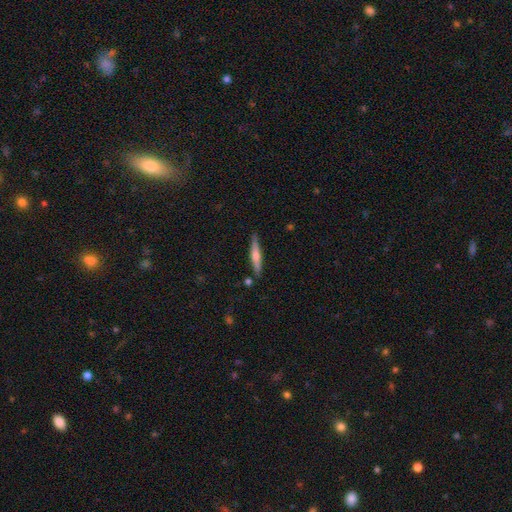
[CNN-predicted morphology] Q: Smooth or featured?
A: featured or disk (50%); runner-up: smooth (44%)
Q: Merging?
A: none (85%); runner-up: minor disturbance (10%)